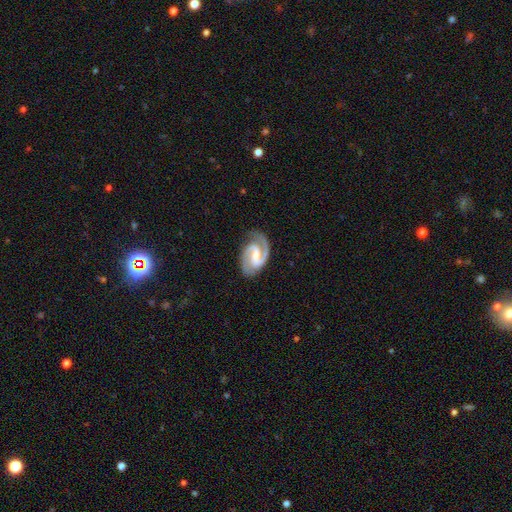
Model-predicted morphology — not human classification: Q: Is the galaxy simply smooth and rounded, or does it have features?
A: featured or disk — 92%.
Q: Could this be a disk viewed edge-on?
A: no — 98%.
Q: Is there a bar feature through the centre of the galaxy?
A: weak — 48%.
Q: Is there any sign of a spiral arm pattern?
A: yes — 98%.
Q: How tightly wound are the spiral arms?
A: medium — 57%.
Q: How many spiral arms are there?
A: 2 — 92%.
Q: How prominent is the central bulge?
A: small — 45%.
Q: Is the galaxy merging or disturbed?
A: none — 80%.